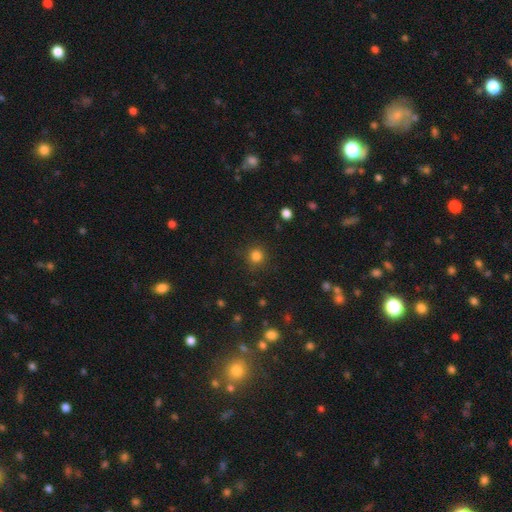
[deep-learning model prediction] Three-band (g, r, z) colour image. It shows a smooth galaxy with no disk features (83%) that is round (92%). Merging: none (88%).